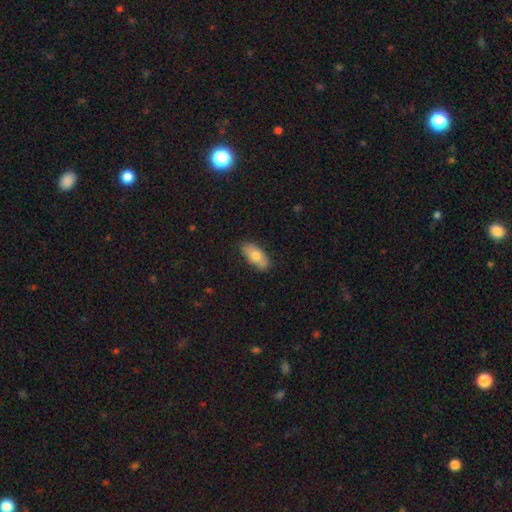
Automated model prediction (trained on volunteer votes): Overall: smooth (74%). How rounded: in between (87%). Merging: none (83%).